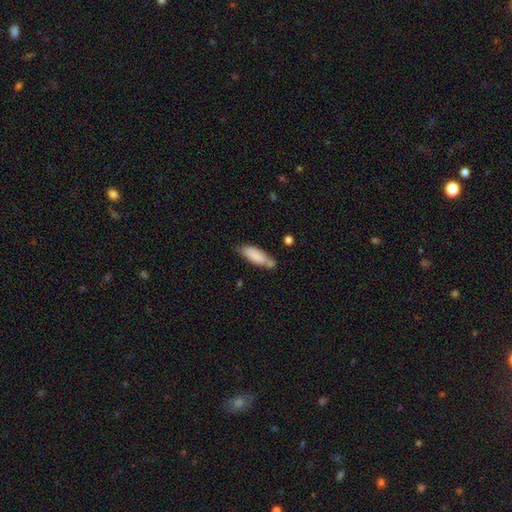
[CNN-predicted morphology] A smooth galaxy with no disk features (83%) that is in between round and cigar-shaped (63%).

Vote fractions:
- Smooth or featured? smooth: 83% / featured or disk: 11% / star or artifact: 6%
- How rounded? in between: 63% / cigar-shaped: 35% / round: 2%
- Merging? none: 50% / minor disturbance: 24% / merger: 20% / major disturbance: 6%